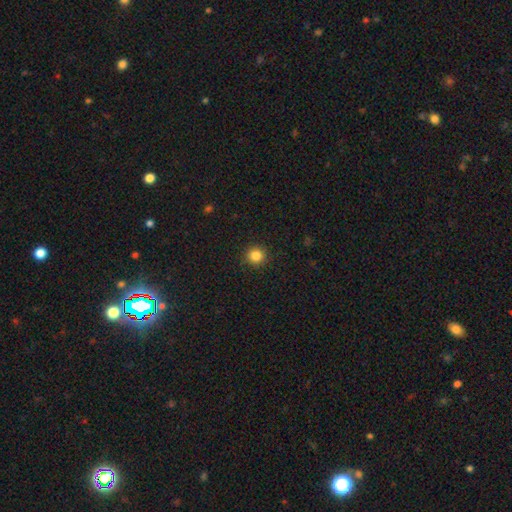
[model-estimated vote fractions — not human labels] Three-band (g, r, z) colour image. It shows a smooth galaxy with no disk features (84%) that is round (95%). Merging: none (92%).